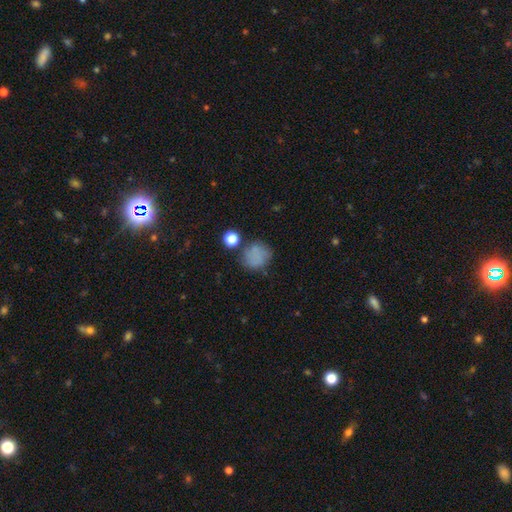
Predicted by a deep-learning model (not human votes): A smooth galaxy with no disk features (77%) that is round (83%). Merging: none (65%).